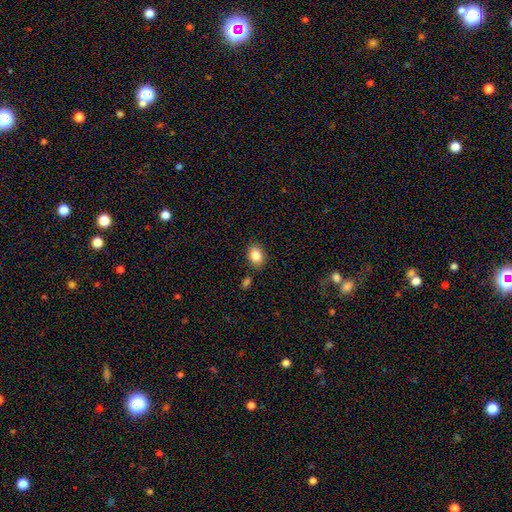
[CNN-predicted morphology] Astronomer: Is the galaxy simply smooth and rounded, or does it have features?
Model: smooth — 85%.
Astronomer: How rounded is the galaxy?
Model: in between — 67%.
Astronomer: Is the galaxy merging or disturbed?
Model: none — 83%.